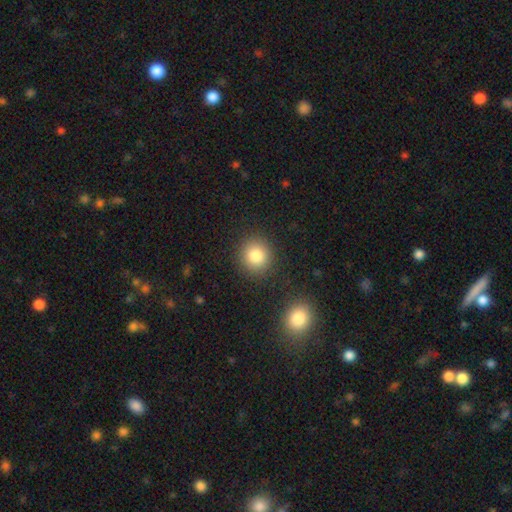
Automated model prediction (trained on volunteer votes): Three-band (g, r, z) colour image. It shows a smooth galaxy with no disk features (83%) that is round (88%). Merging: none (89%).